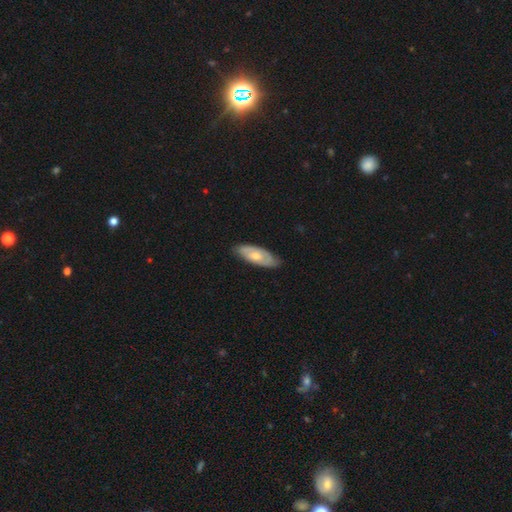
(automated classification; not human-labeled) Q: Smooth or featured?
A: featured or disk (53%); runner-up: smooth (41%)
Q: Edge-on disk?
A: no (77%); runner-up: yes (23%)
Q: Merging?
A: none (82%); runner-up: minor disturbance (14%)